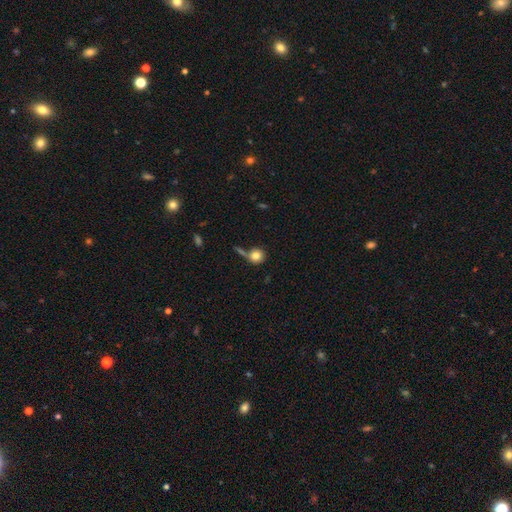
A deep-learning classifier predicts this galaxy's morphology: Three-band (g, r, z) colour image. It shows a smooth galaxy with no disk features (81%) that is round (89%). Merging: none (57%).